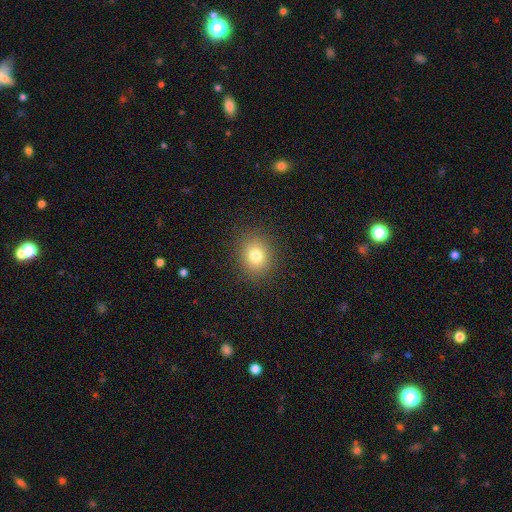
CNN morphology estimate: smooth_or_featured: smooth (p=0.78) [alt: star or artifact p=0.13]
how_rounded: round (p=0.67) [alt: in between p=0.32]
merging: none (p=0.88) [alt: minor disturbance p=0.08]